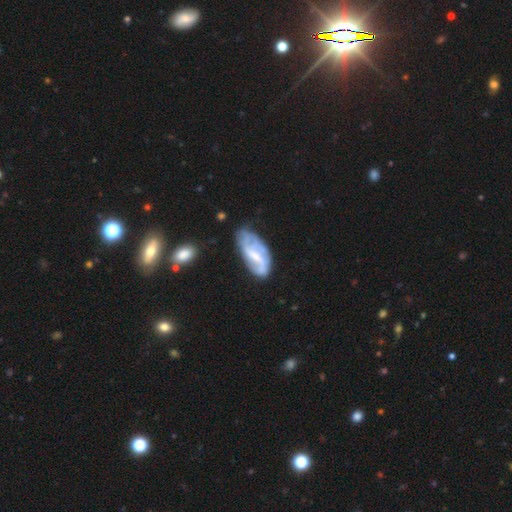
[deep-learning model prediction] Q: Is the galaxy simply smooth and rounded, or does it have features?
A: featured or disk — 68%.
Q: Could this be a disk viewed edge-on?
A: no — 93%.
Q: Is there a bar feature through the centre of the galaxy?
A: weak — 46%.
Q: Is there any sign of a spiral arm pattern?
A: yes — 79%.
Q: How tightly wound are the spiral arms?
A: medium — 38%.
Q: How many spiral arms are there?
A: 2 — 50%.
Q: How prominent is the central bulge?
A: small — 54%.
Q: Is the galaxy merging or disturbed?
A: none — 50%.